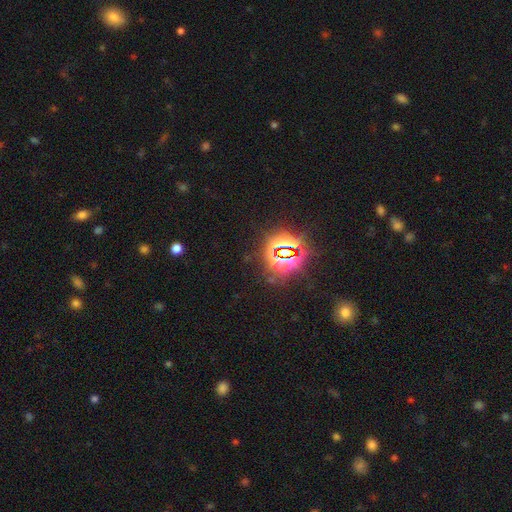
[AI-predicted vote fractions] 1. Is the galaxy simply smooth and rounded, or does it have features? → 81% star or artifact, 13% smooth, 6% featured or disk.